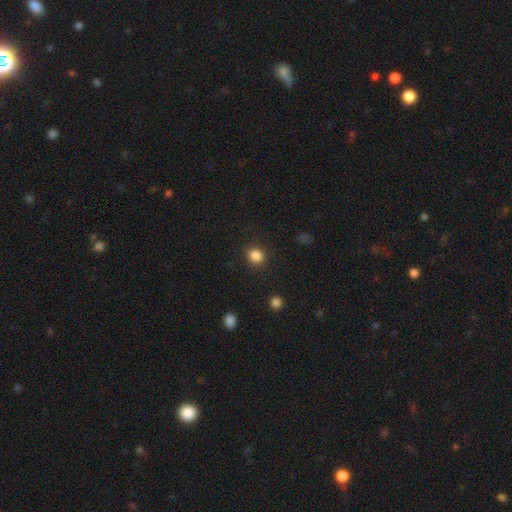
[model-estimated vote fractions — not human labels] smooth 85%, star or artifact 11%, featured or disk 4%. Down the decision tree: how rounded — round (87%); merging — none (90%).